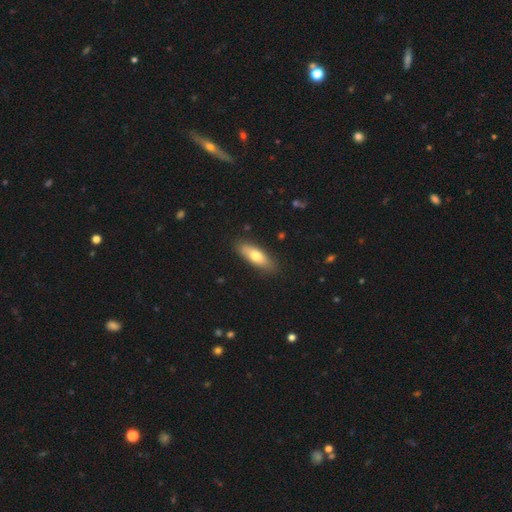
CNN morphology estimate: smooth_or_featured: smooth (p=0.72) [alt: featured or disk p=0.23]
how_rounded: in between (p=0.60) [alt: cigar-shaped p=0.37]
merging: none (p=0.84) [alt: minor disturbance p=0.12]